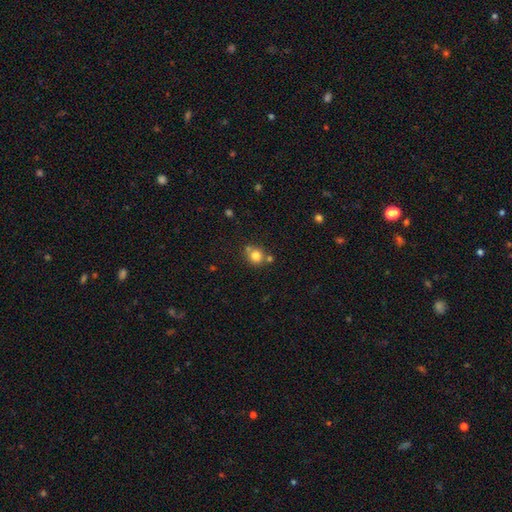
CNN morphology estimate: A smooth galaxy with no disk features (79%) that is round (86%).

Vote fractions:
- Smooth or featured? smooth: 79% / star or artifact: 12% / featured or disk: 9%
- How rounded? round: 86% / in between: 13% / cigar-shaped: 1%
- Merging? none: 65% / merger: 21% / minor disturbance: 11% / major disturbance: 3%